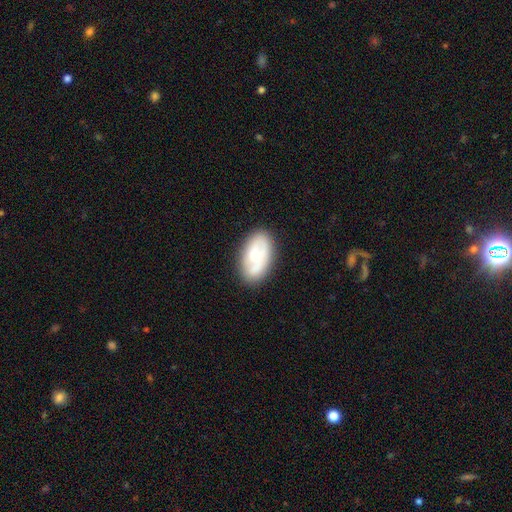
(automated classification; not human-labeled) Smooth or featured: smooth — 48% (featured or disk — 45%)
Merging: none — 78% (minor disturbance — 16%)